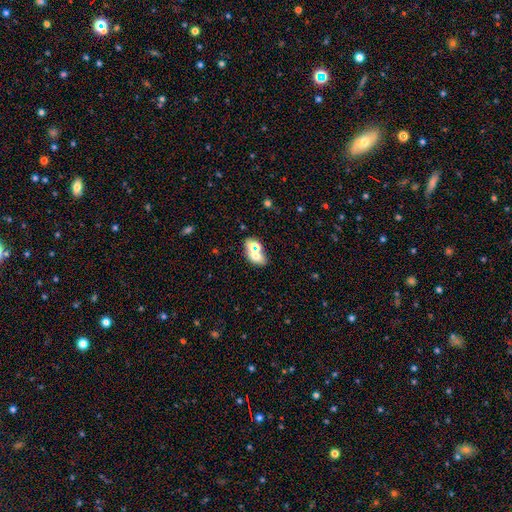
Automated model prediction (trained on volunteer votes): A smooth galaxy with no disk features (61%) that is in between round and cigar-shaped (80%).

Vote fractions:
- Smooth or featured? smooth: 61% / featured or disk: 22% / star or artifact: 18%
- How rounded? in between: 80% / round: 16% / cigar-shaped: 3%
- Merging? none: 56% / merger: 27% / minor disturbance: 12% / major disturbance: 6%